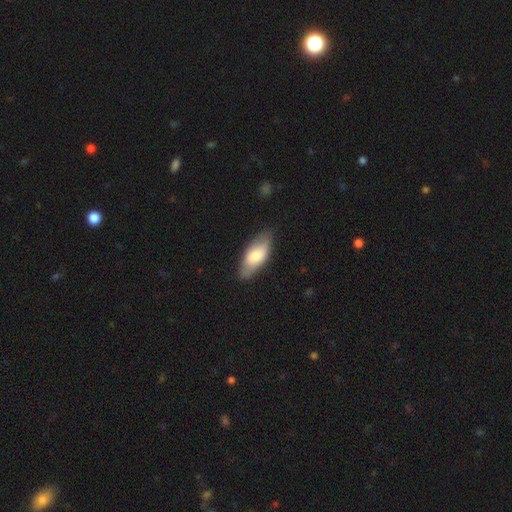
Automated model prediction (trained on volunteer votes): smooth-or-featured: smooth: 73% | featured or disk: 21% | star or artifact: 5%
  how-rounded: in between: 84% | cigar-shaped: 14% | round: 2%
  merging: none: 81% | minor disturbance: 15% | major disturbance: 3% | merger: 1%